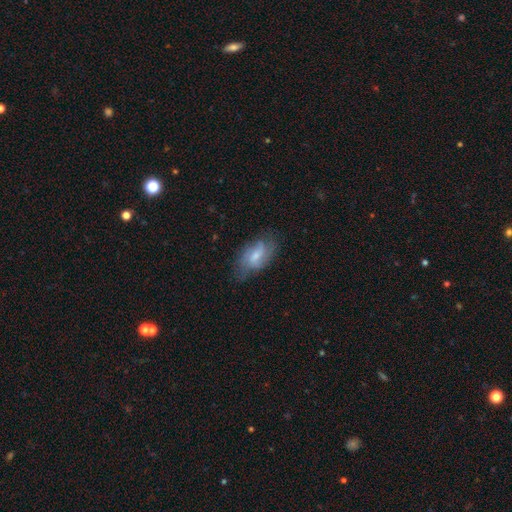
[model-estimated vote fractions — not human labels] A featured or disk galaxy (50%).

Vote fractions:
- Smooth or featured? featured or disk: 50% / smooth: 43% / star or artifact: 7%
- Merging? none: 62% / minor disturbance: 26% / major disturbance: 11% / merger: 1%